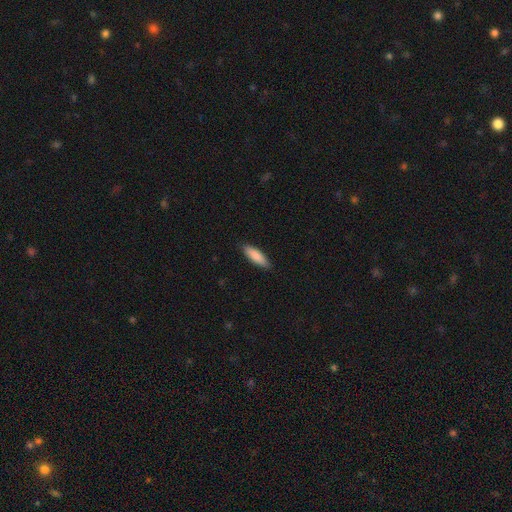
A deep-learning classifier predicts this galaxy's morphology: A smooth galaxy with no disk features (87%) that is cigar-shaped (54%). Merging: none (88%).